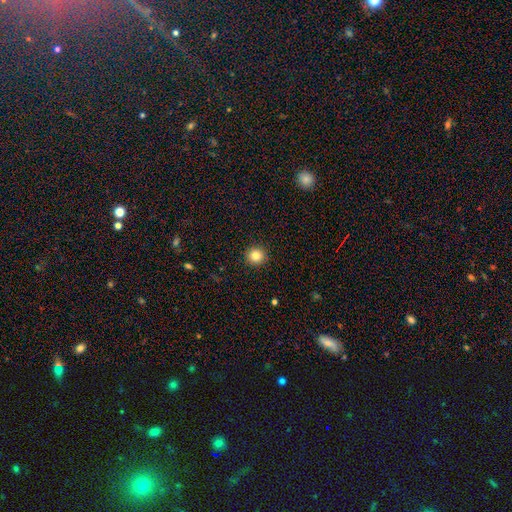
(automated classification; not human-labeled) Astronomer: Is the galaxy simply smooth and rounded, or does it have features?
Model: smooth — 84%.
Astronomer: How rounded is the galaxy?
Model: round — 94%.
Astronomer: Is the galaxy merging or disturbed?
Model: none — 93%.